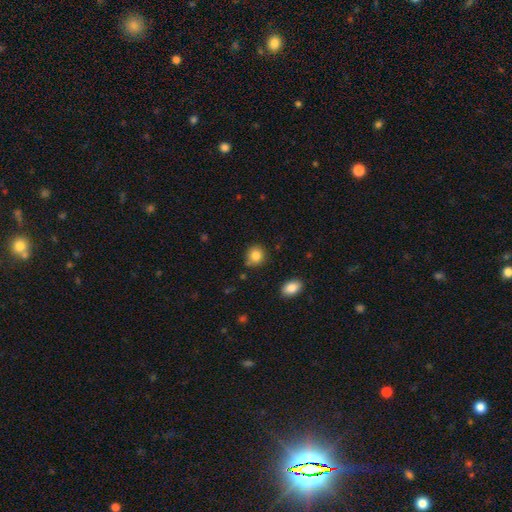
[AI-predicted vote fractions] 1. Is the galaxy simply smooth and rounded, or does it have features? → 83% smooth, 10% star or artifact, 7% featured or disk.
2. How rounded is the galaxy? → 81% round, 18% in between, 1% cigar-shaped.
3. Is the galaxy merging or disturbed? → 74% none, 19% minor disturbance, 4% merger, 3% major disturbance.